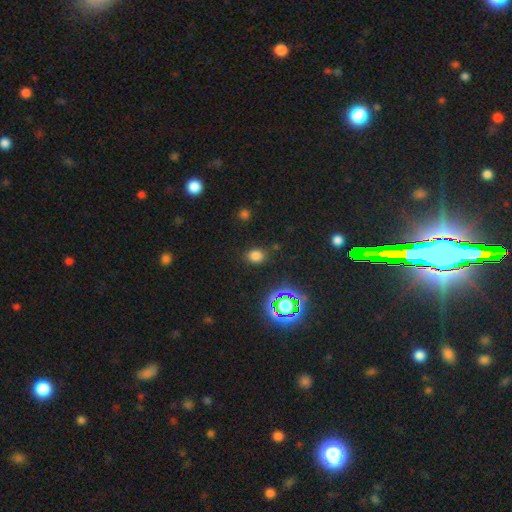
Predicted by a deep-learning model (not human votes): A smooth galaxy with no disk features (73%) that is round (53%).

Vote fractions:
- Smooth or featured? smooth: 73% / star or artifact: 22% / featured or disk: 5%
- How rounded? round: 53% / in between: 46% / cigar-shaped: 1%
- Merging? none: 85% / minor disturbance: 10% / major disturbance: 3% / merger: 2%